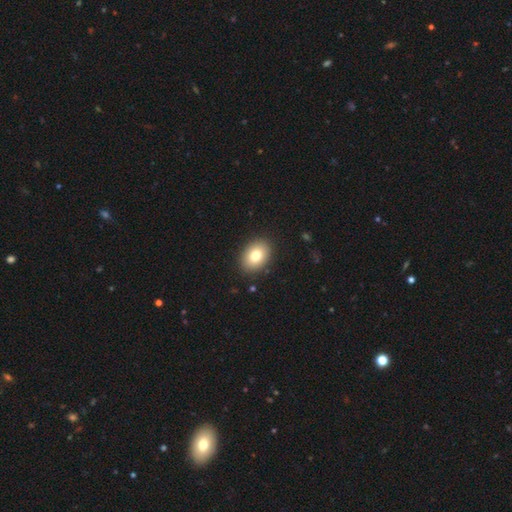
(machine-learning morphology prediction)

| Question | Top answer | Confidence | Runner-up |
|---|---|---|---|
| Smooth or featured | smooth | 80% | featured or disk (12%) |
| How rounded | in between | 73% | round (26%) |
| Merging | none | 90% | minor disturbance (7%) |